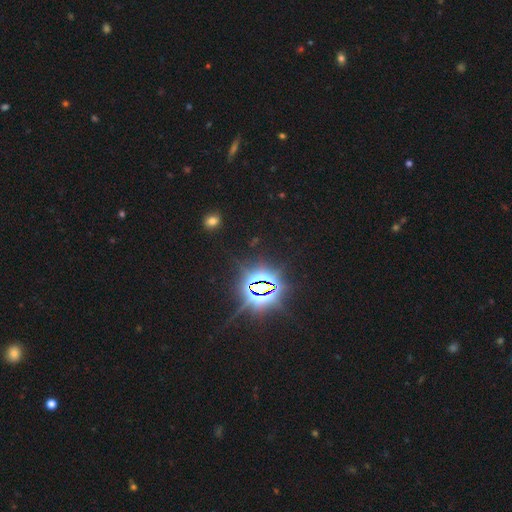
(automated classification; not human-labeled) A star or artifact, not a galaxy (86%).